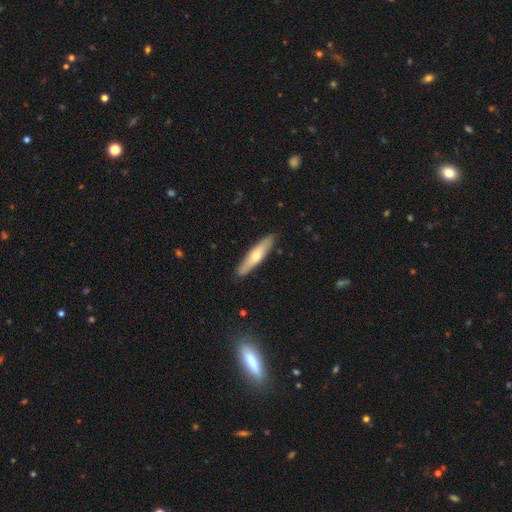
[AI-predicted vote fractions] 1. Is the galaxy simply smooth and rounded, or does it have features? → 55% smooth, 40% featured or disk, 5% star or artifact.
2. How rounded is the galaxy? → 83% cigar-shaped, 16% in between, 2% round.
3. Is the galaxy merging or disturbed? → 89% none, 8% minor disturbance, 2% major disturbance, 1% merger.